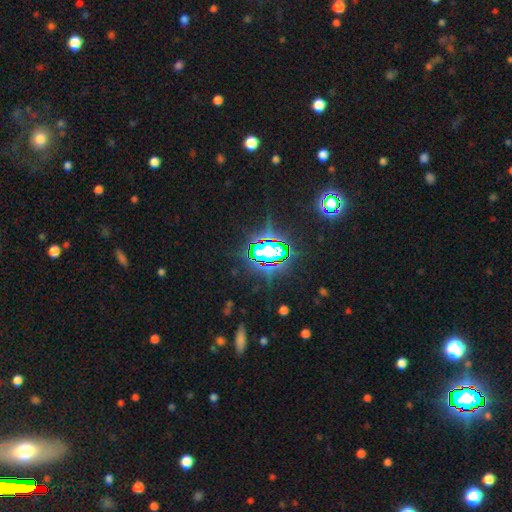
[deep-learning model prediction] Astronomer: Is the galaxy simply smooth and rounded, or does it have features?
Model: star or artifact — 78%.